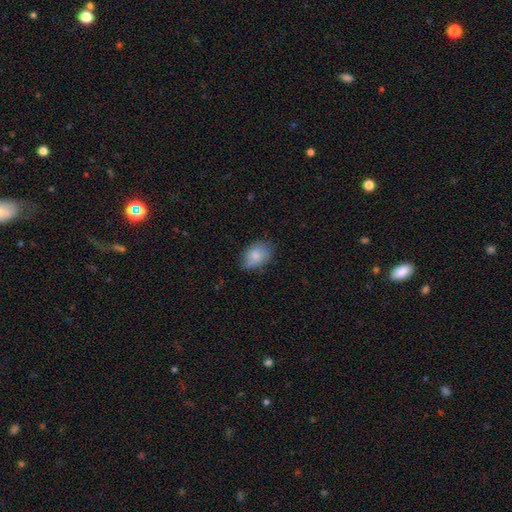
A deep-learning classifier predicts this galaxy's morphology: The model was most divided on "merging": none: 65%, minor disturbance: 27%, major disturbance: 6%, merger: 2%. More confident: how rounded — in between (82%); smooth or featured — smooth (82%).